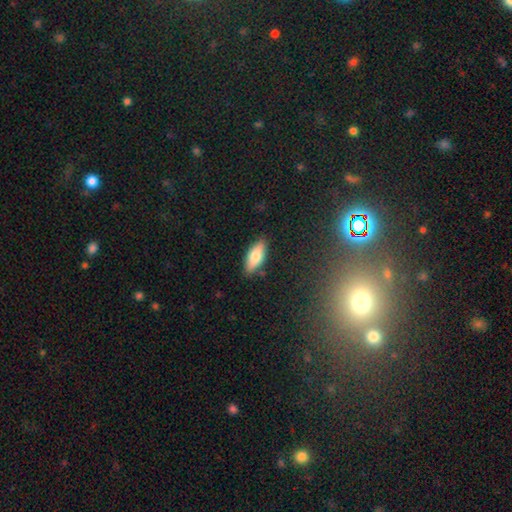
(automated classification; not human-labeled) Smooth or featured: smooth — 77% (featured or disk — 17%)
How rounded: in between — 79% (cigar-shaped — 19%)
Merging: none — 85% (minor disturbance — 11%)